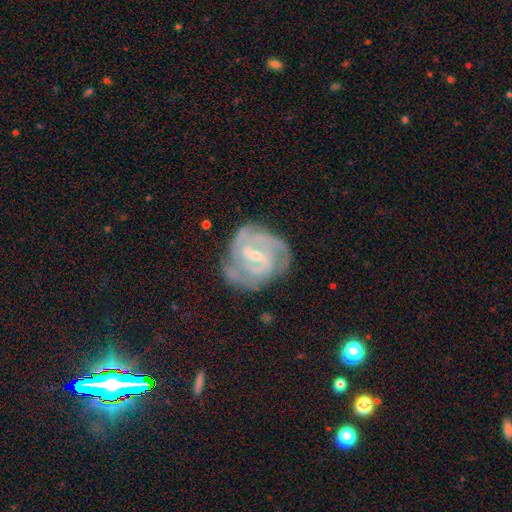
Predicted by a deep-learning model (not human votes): This is clearly a featured or disk galaxy (87%). It is clearly not viewed edge-on (97%). Bar: possibly weak (51%). Spiral arm pattern: clearly yes (95%). Spiral arm count: marginally 2 (45%). Spiral winding: possibly tight (56%). Central bulge: likely small (64%). Merging: likely none (67%).